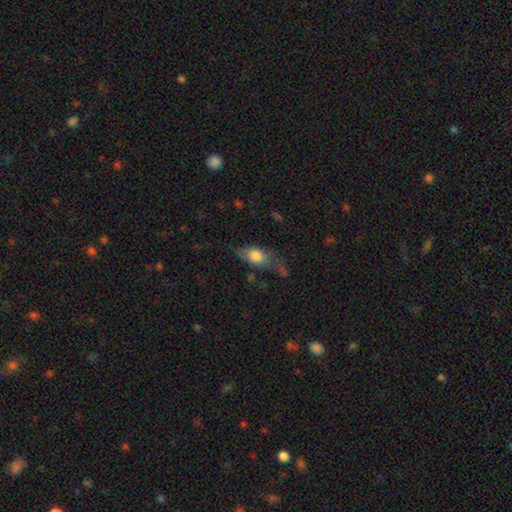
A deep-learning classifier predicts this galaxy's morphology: A smooth galaxy with no disk features (72%) that is in between round and cigar-shaped (80%). Merging: none (42%).